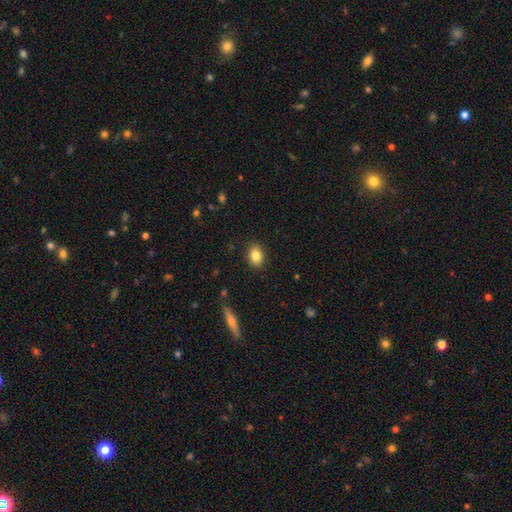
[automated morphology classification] type=smooth (83%); roundness=in between (73%); merging=none (88%).